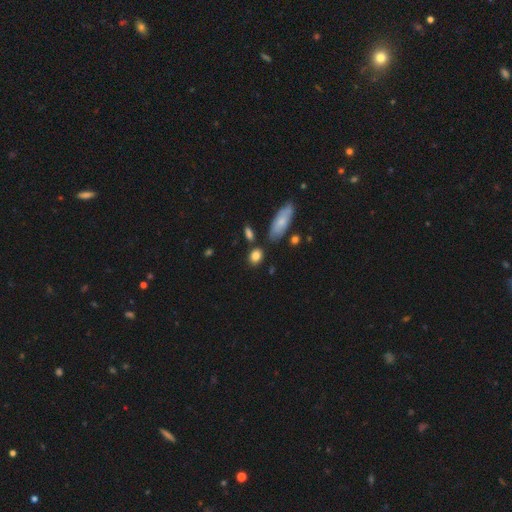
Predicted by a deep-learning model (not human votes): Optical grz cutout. It shows a smooth galaxy with no disk features (84%) that is in between round and cigar-shaped (50%). Merging: none (75%).